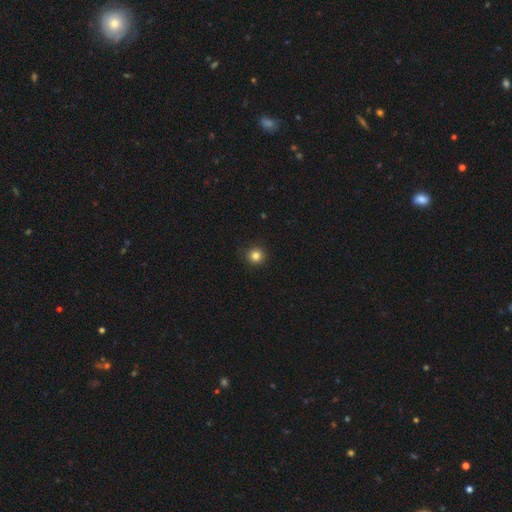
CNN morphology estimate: type=smooth (83%); roundness=round (95%); merging=none (91%).